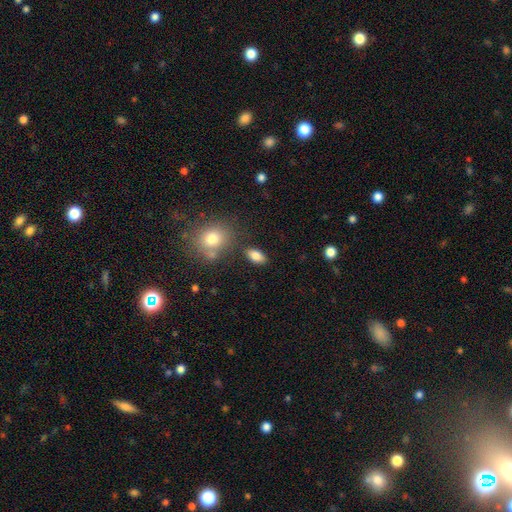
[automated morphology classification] Smooth or featured?
  - smooth: 83% *
  - star or artifact: 9%
  - featured or disk: 8%
How rounded?
  - in between: 90% *
  - round: 6%
  - cigar-shaped: 4%
Merging?
  - none: 81% *
  - minor disturbance: 11%
  - merger: 5%
  - major disturbance: 3%